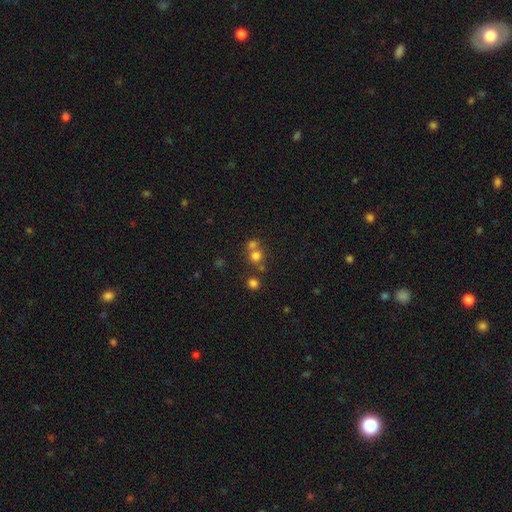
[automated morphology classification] smooth 70%, star or artifact 18%, featured or disk 11%. Down the decision tree: how rounded — round (87%); merging — none (51%).